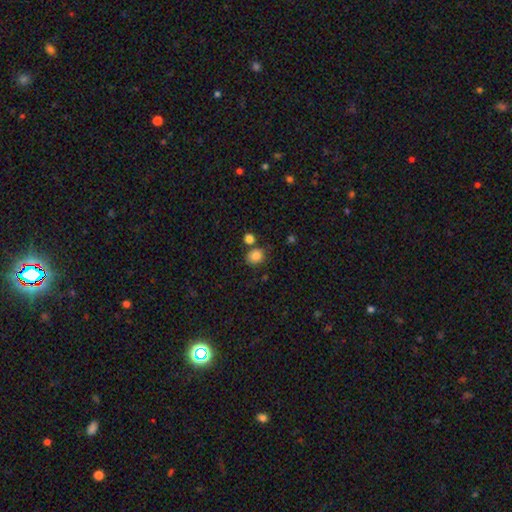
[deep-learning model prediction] Morphology: type=smooth (84%); roundness=round (63%); merging=none (66%).